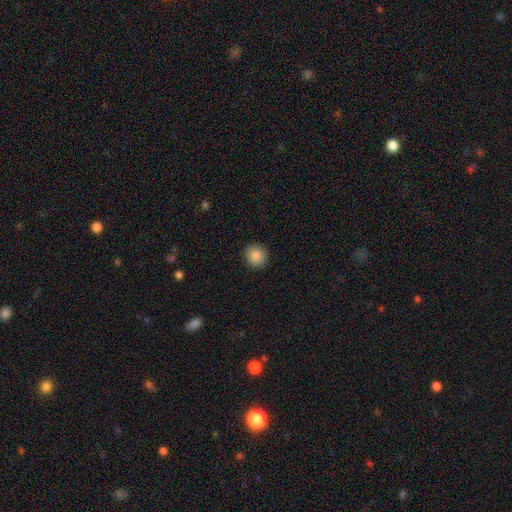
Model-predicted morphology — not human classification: This is clearly a smooth galaxy (88%). How rounded: clearly round (92%). Merging: clearly none (92%).